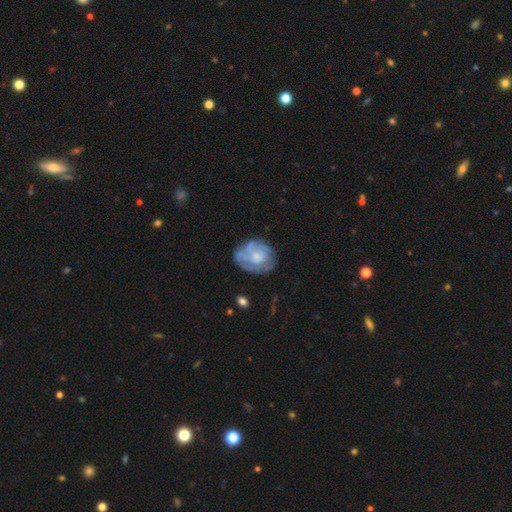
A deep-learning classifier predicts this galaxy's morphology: featured or disk 56%, smooth 37%, star or artifact 7%. Down the decision tree: edge-on disk — no (98%); bar — no (85%); spiral arms — yes (51%); bulge size — moderate (45%); merging — none (65%).